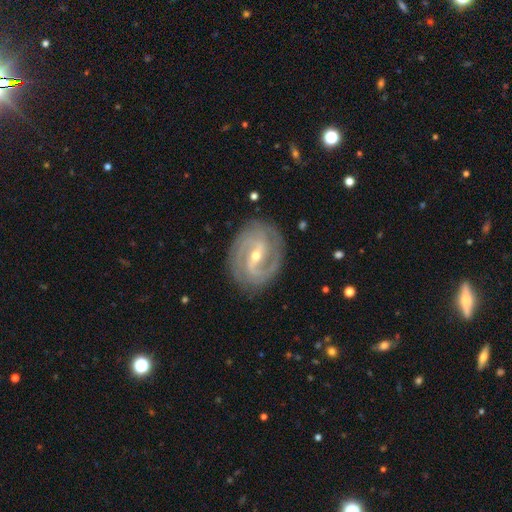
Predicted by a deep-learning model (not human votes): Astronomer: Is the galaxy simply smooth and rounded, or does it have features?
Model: featured or disk — 90%.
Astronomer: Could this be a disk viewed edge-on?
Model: no — 97%.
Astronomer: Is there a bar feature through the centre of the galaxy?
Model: weak — 44% (runner-up: strong, 35%).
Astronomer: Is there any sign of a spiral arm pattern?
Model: yes — 97%.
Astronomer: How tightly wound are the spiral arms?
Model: tight — 44%, tied with medium at 44%.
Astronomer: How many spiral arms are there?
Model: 2 — 78%.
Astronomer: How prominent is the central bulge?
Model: small — 58% (runner-up: moderate, 40%).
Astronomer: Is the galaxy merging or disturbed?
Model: none — 83%.